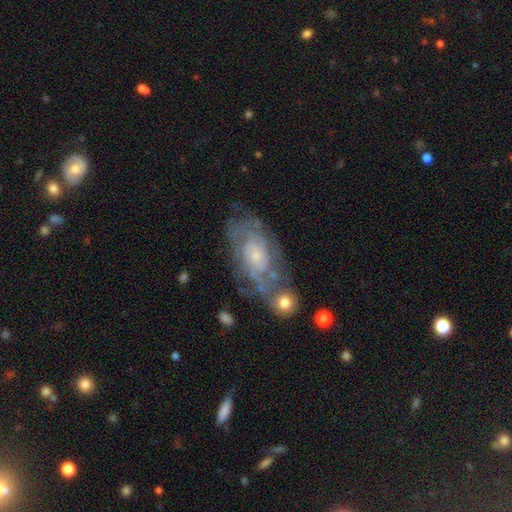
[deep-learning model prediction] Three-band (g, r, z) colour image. It shows a featured or disk galaxy (77%) with no bar (76%), tight (60%) spiral arms (86%) and a small central bulge (70%). Merging: none (54%).